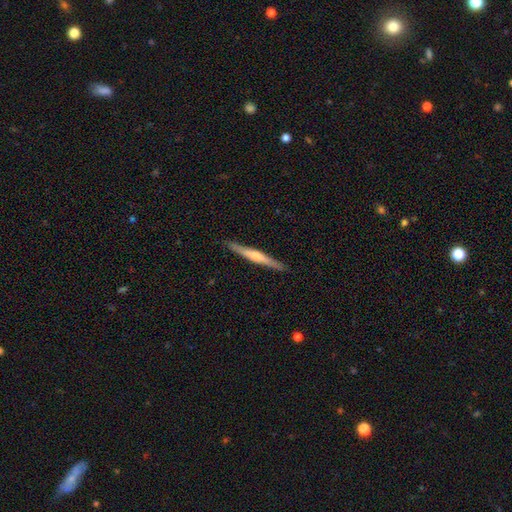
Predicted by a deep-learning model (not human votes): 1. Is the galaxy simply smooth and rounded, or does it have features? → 66% featured or disk, 28% smooth, 5% star or artifact.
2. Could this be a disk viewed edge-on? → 98% yes, 2% no.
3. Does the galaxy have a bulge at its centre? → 67% rounded, 19% none, 14% boxy.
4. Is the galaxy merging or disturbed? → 91% none, 6% minor disturbance, 1% major disturbance, 1% merger.